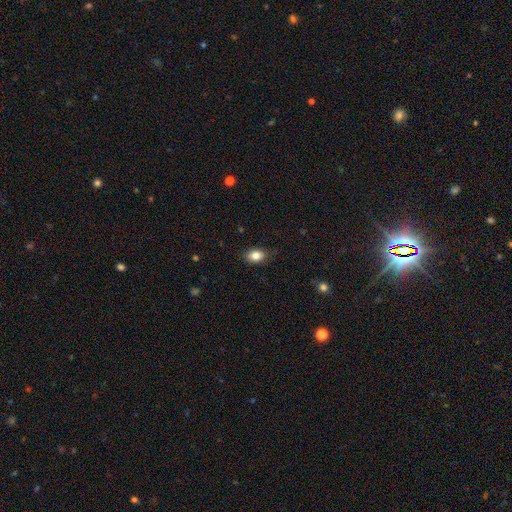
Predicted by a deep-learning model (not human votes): Smooth or featured: smooth — 83% (featured or disk — 9%)
How rounded: in between — 83% (round — 15%)
Merging: none — 82% (minor disturbance — 14%)